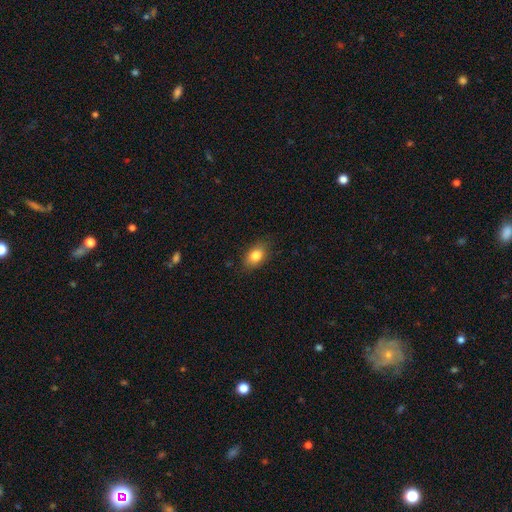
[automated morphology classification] This appears to be a smooth galaxy with no disk features (83%) that is in between round and cigar-shaped (82%). Merging: none (82%).